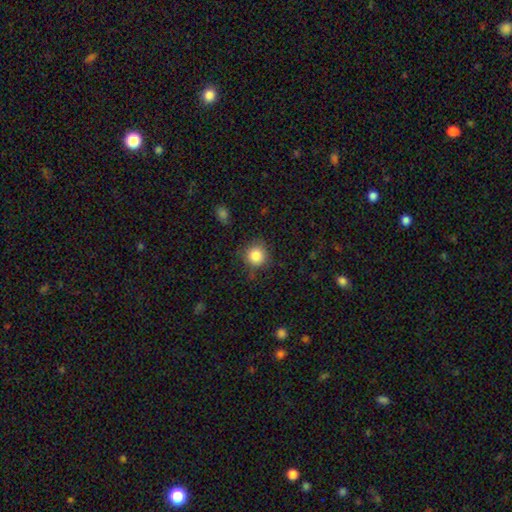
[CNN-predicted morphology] A smooth galaxy with no disk features (85%) that is round (92%).

Vote fractions:
- Smooth or featured? smooth: 85% / star or artifact: 10% / featured or disk: 5%
- How rounded? round: 92% / in between: 8% / cigar-shaped: 1%
- Merging? none: 82% / minor disturbance: 13% / major disturbance: 3% / merger: 2%